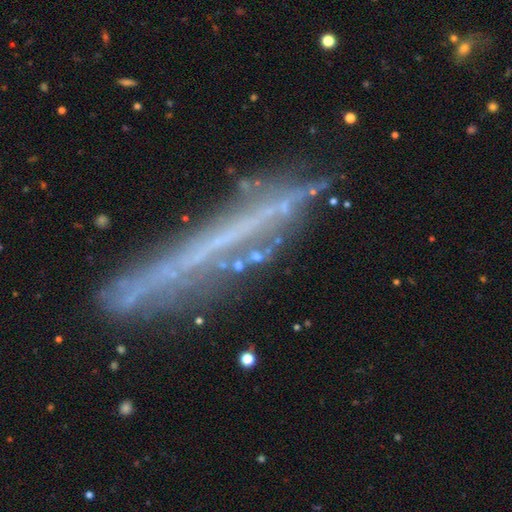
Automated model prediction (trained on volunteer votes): Smooth or featured?
  - featured or disk: 48% *
  - star or artifact: 30%
  - smooth: 23%
Merging?
  - none: 63% *
  - minor disturbance: 18%
  - major disturbance: 12%
  - merger: 7%